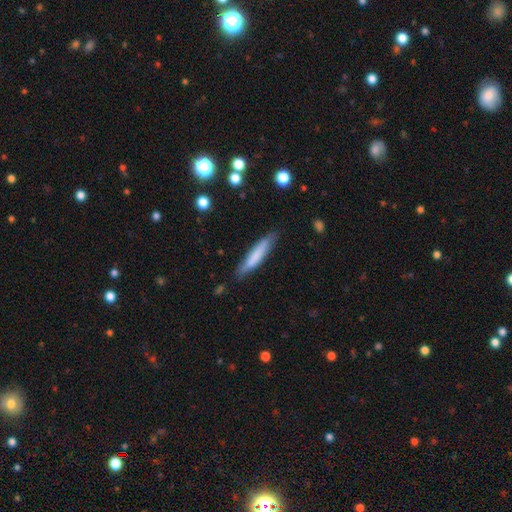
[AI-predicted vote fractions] Smooth or featured: smooth — 72% (featured or disk — 22%)
How rounded: cigar-shaped — 89% (in between — 9%)
Merging: none — 82% (minor disturbance — 14%)